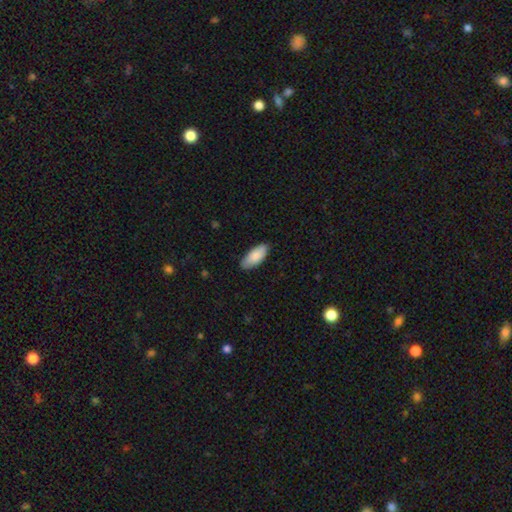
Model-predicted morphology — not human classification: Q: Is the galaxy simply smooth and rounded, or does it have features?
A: smooth — 86%.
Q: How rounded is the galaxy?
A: in between — 87%.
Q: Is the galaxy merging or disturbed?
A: none — 85%.